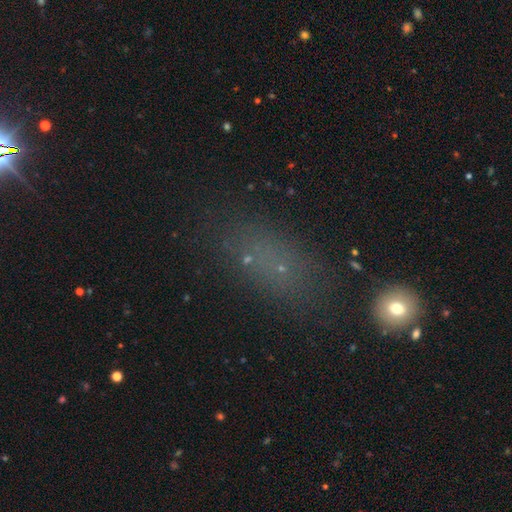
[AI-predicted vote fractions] smooth 50%, star or artifact 36%, featured or disk 15%. Down the decision tree: merging — none (64%).